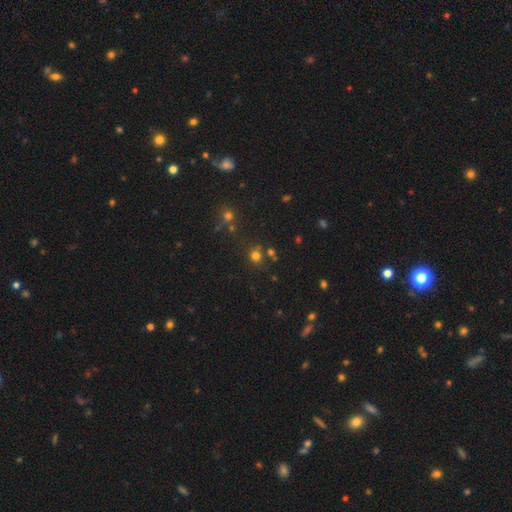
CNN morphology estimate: The model was most divided on "smooth or featured": smooth: 68%, star or artifact: 25%, featured or disk: 7%. More confident: how rounded — round (88%); merging — none (75%).